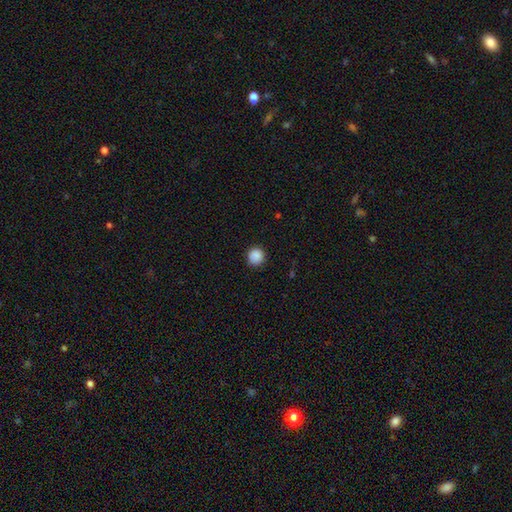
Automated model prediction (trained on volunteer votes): smooth_or_featured: smooth (p=0.88) [alt: star or artifact p=0.09]
how_rounded: round (p=0.93) [alt: in between p=0.06]
merging: none (p=0.89) [alt: minor disturbance p=0.08]